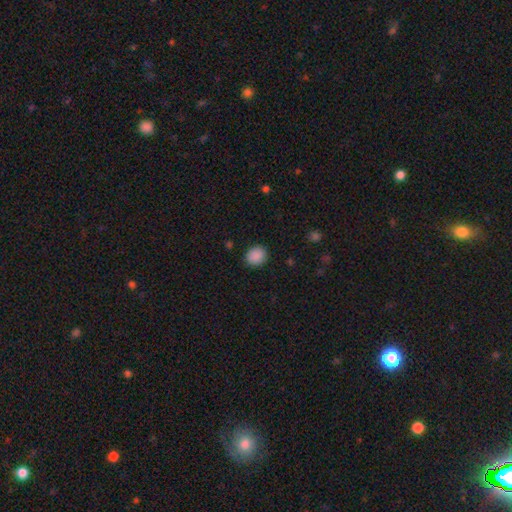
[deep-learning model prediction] Q: Smooth or featured?
A: smooth (89%); runner-up: star or artifact (8%)
Q: How rounded?
A: round (72%); runner-up: in between (27%)
Q: Merging?
A: none (89%); runner-up: minor disturbance (8%)